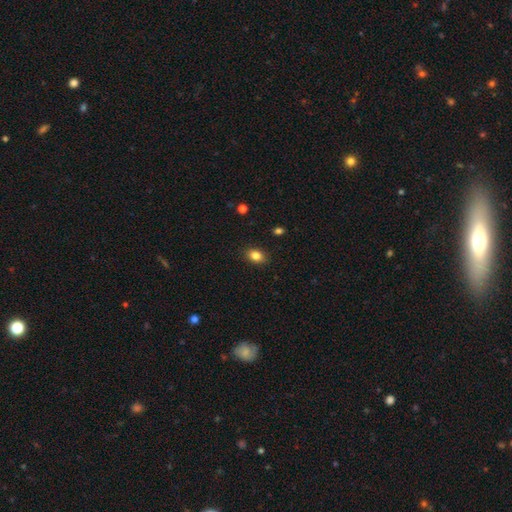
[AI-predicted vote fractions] A smooth galaxy with no disk features (84%) that is in between round and cigar-shaped (73%). Merging: none (89%).